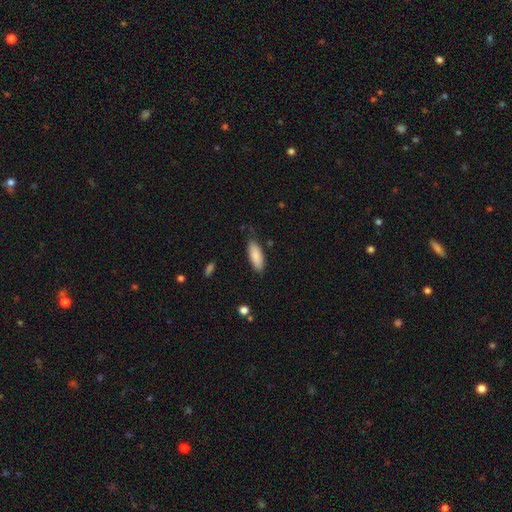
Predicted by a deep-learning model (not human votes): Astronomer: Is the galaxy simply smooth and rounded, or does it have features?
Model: smooth — 87%.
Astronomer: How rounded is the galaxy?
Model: in between — 70%.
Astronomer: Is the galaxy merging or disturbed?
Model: none — 79%.